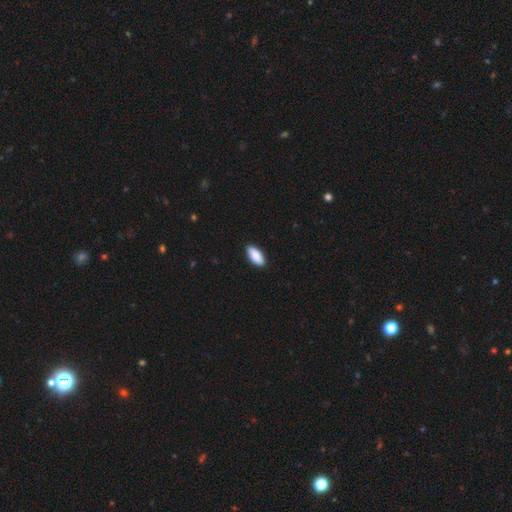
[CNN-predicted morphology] Smooth or featured?
  - smooth: 88% *
  - featured or disk: 6%
  - star or artifact: 6%
How rounded?
  - in between: 85% *
  - cigar-shaped: 13%
  - round: 2%
Merging?
  - none: 90% *
  - minor disturbance: 8%
  - major disturbance: 2%
  - merger: 1%